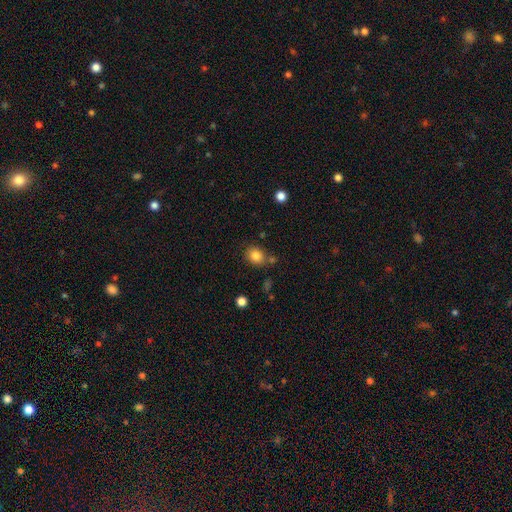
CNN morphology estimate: Overall: smooth (84%). How rounded: round (65%; in between 34%). Merging: none (72%).